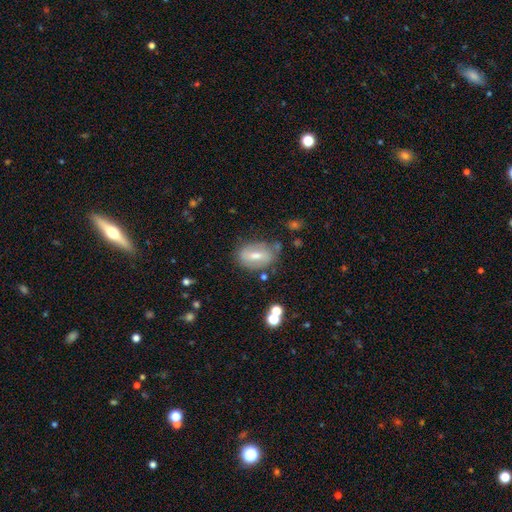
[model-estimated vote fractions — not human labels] This is possibly a featured or disk galaxy (48%). Merging: likely none (65%).